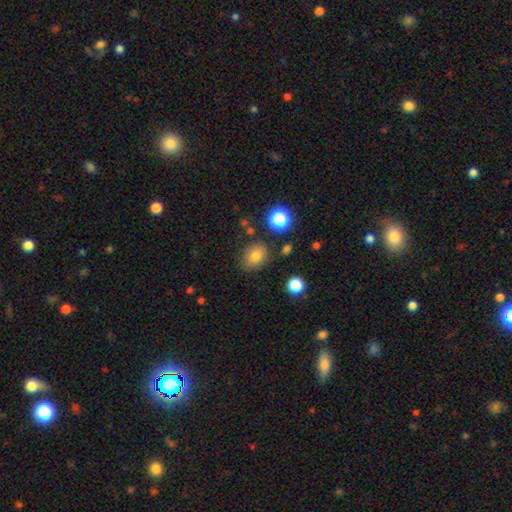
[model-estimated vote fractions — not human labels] A smooth galaxy with no disk features (78%) that is round (52%).

Vote fractions:
- Smooth or featured? smooth: 78% / star or artifact: 14% / featured or disk: 8%
- How rounded? round: 52% / in between: 47% / cigar-shaped: 1%
- Merging? none: 81% / minor disturbance: 12% / merger: 4% / major disturbance: 3%